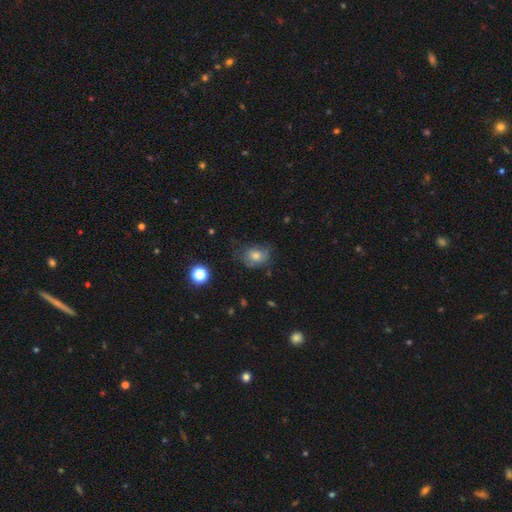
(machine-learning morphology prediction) This is possibly a smooth galaxy (58%). How rounded: possibly in between (54%). Merging: possibly none (55%).